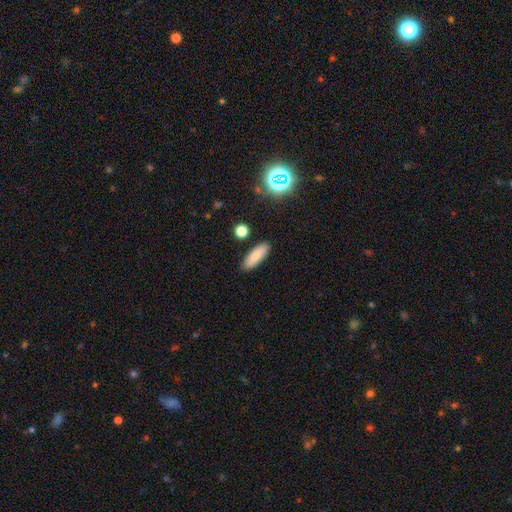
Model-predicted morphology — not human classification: Overall: smooth (82%). How rounded: in between (56%; cigar-shaped 42%). Merging: none (88%).